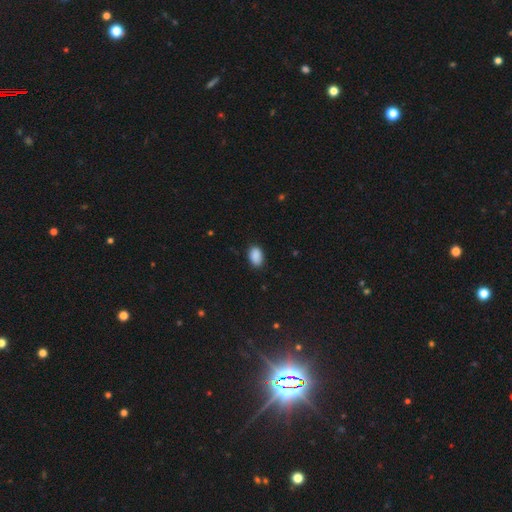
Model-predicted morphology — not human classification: smooth-or-featured: smooth: 90% | star or artifact: 8% | featured or disk: 3%
  how-rounded: in between: 90% | round: 9% | cigar-shaped: 1%
  merging: none: 85% | minor disturbance: 12% | major disturbance: 2% | merger: 1%